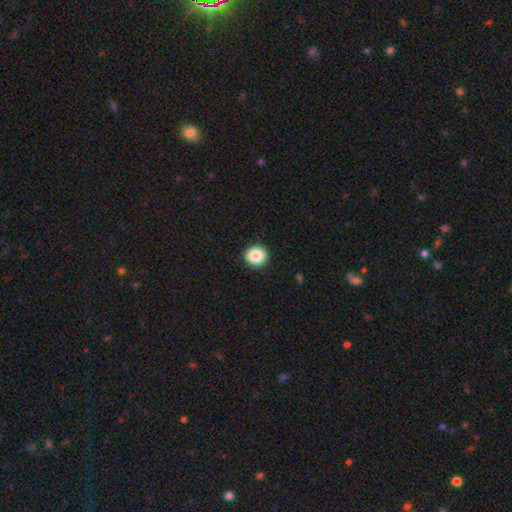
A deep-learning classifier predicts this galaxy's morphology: type=smooth (87%); roundness=round (89%); merging=none (92%).